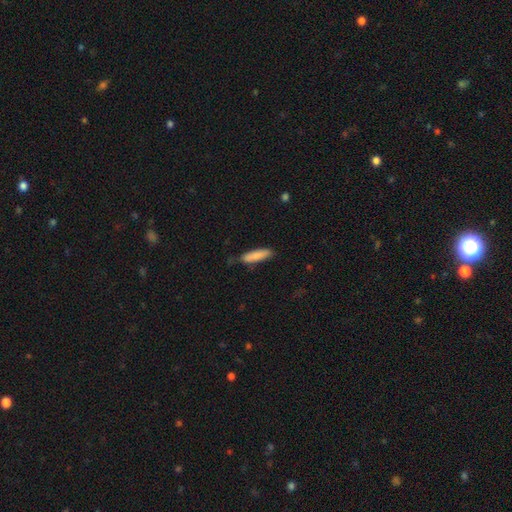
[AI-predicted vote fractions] A smooth galaxy with no disk features (84%) that is cigar-shaped (67%).

Vote fractions:
- Smooth or featured? smooth: 84% / featured or disk: 10% / star or artifact: 6%
- How rounded? cigar-shaped: 67% / in between: 31% / round: 1%
- Merging? none: 76% / minor disturbance: 19% / major disturbance: 3% / merger: 2%